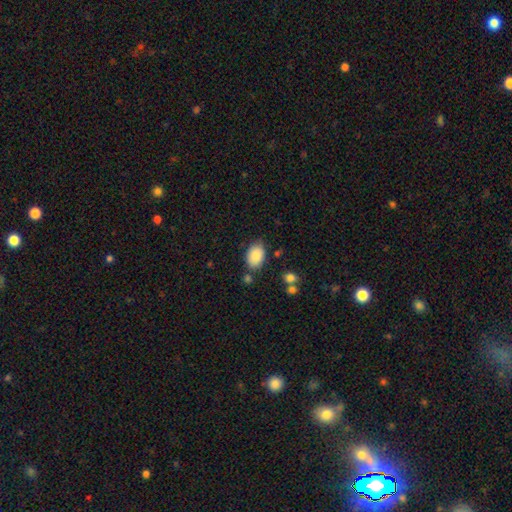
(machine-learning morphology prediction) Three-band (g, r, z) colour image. It shows a smooth galaxy with no disk features (87%) that is in between round and cigar-shaped (86%). Merging: none (74%).